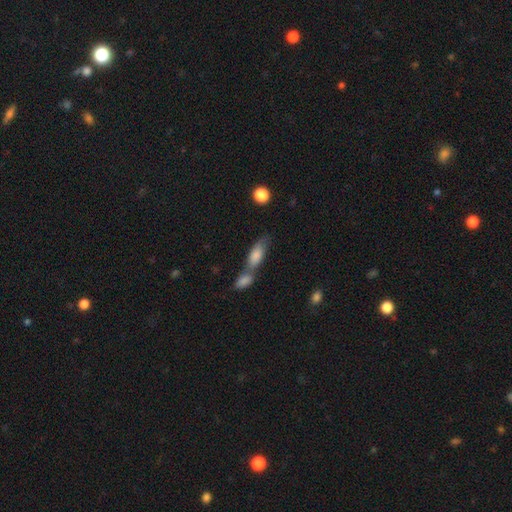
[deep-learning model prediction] smooth-or-featured: smooth: 75% | featured or disk: 17% | star or artifact: 8%
  how-rounded: in between: 70% | cigar-shaped: 26% | round: 4%
  merging: merger: 55% | none: 30% | minor disturbance: 10% | major disturbance: 5%